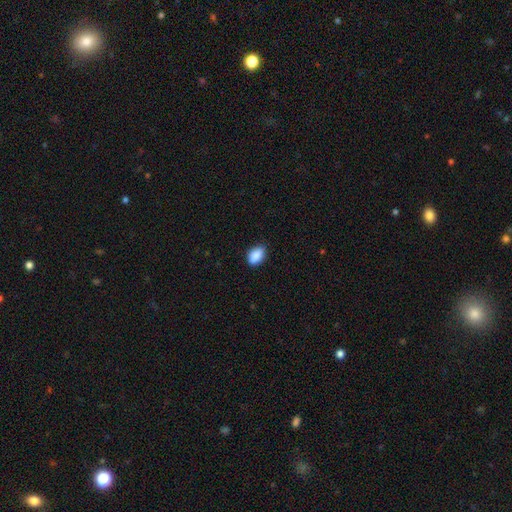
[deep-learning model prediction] Smooth or featured? smooth (89%)
How rounded? in between (87%)
Merging? none (83%)